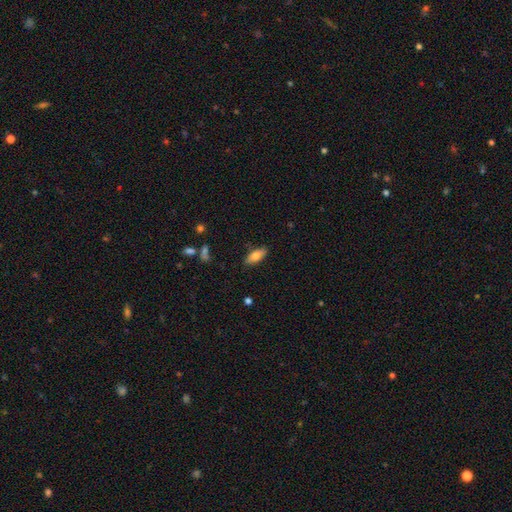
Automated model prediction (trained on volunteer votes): Smooth or featured? Predicted: smooth (p=0.75). How rounded? Predicted: in between (p=0.77). Merging? Predicted: none (p=0.86).